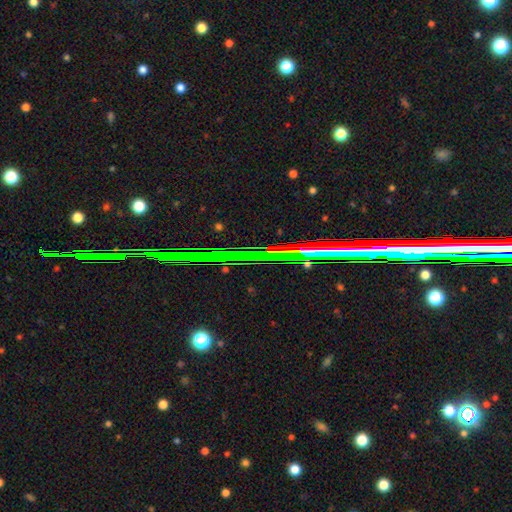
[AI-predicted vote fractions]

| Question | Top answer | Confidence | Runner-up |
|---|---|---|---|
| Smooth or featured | star or artifact | 69% | featured or disk (21%) |